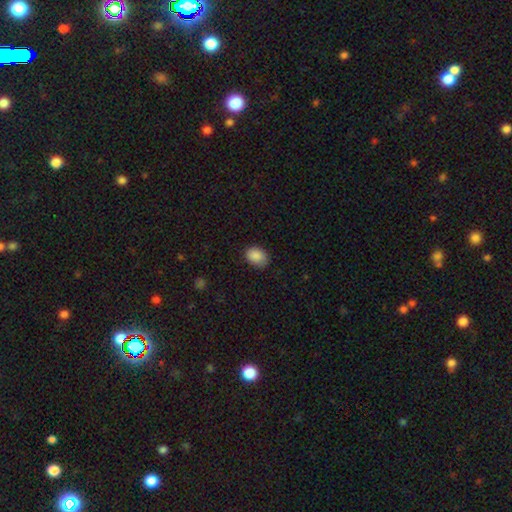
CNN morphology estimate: A smooth galaxy with no disk features (88%) that is in between round and cigar-shaped (74%). Merging: none (78%).